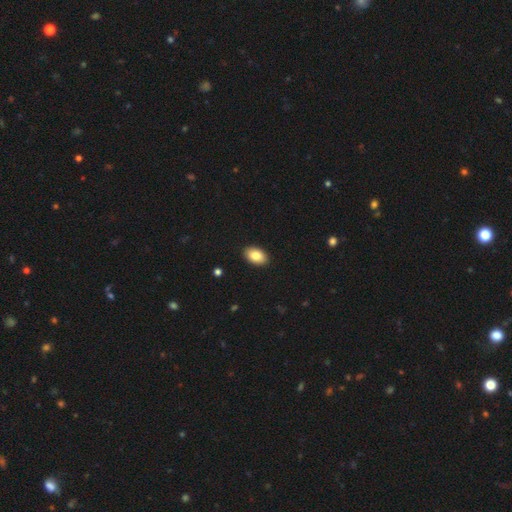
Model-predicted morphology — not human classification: This appears to be a smooth galaxy with no disk features (86%) that is in between round and cigar-shaped (91%). Merging: none (91%).